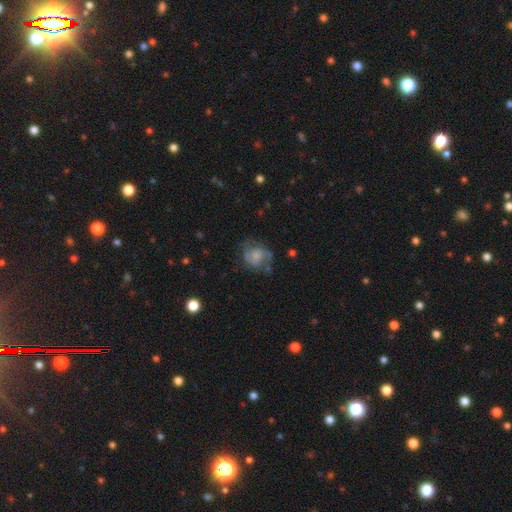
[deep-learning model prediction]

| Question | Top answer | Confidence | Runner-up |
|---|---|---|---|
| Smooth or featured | featured or disk | 48% | smooth (43%) |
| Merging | none | 54% | minor disturbance (26%) |